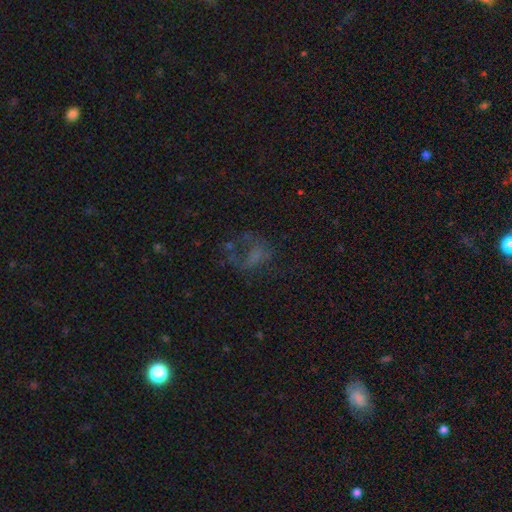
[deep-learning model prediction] A featured or disk galaxy (38%).

Vote fractions:
- Smooth or featured? featured or disk: 38% / smooth: 34% / star or artifact: 28%
- Merging? major disturbance: 40% / none: 38% / minor disturbance: 16% / merger: 6%